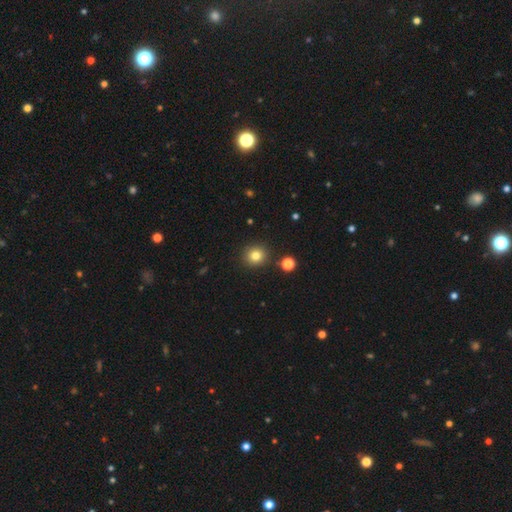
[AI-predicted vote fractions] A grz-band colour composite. It shows a smooth galaxy with no disk features (80%) that is round (90%). Merging: none (88%).